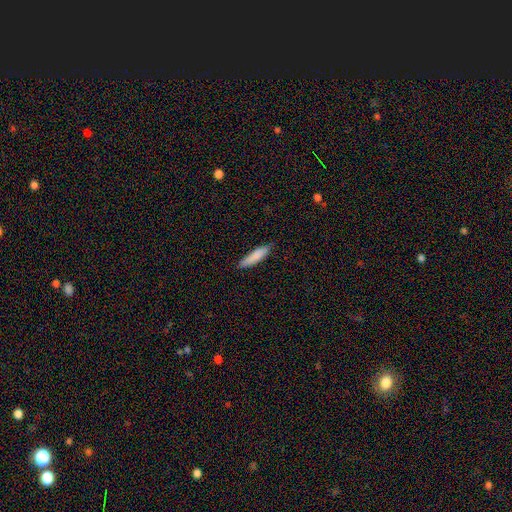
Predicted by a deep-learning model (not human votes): A smooth galaxy with no disk features (85%) that is cigar-shaped (77%). Merging: none (83%).